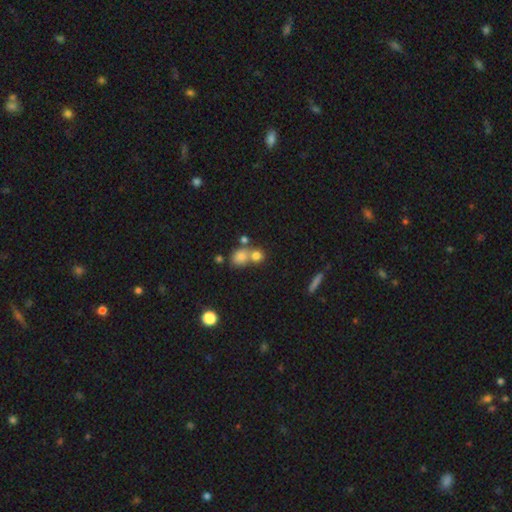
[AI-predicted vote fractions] Smooth or featured? Predicted: smooth (p=0.76). How rounded? Predicted: round (p=0.79). Merging? Predicted: none (p=0.45).